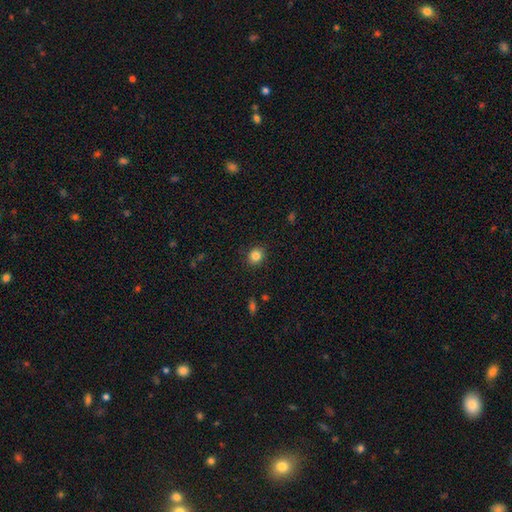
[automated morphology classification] smooth-or-featured: smooth: 84% | star or artifact: 11% | featured or disk: 5%
  how-rounded: round: 74% | in between: 25% | cigar-shaped: 1%
  merging: none: 88% | minor disturbance: 8% | major disturbance: 2% | merger: 1%